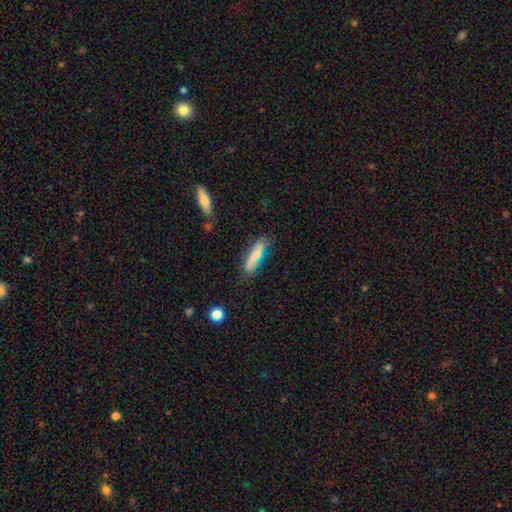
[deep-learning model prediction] Smooth or featured? smooth (71%)
How rounded? cigar-shaped (65%)
Merging? none (71%)